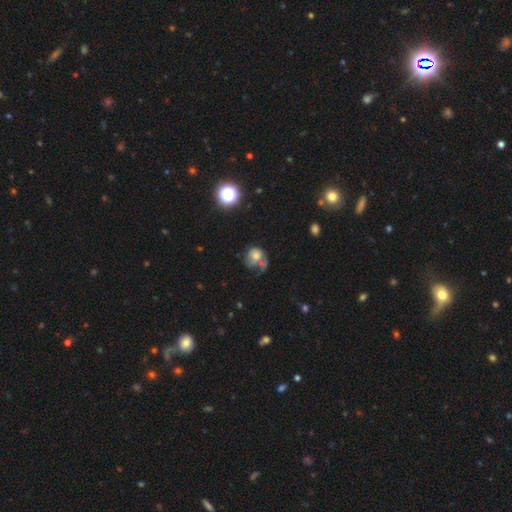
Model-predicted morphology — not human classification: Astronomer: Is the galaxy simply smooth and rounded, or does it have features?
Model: smooth — 61%.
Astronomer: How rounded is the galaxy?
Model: round — 69%.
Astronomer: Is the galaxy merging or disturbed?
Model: none — 31% (runner-up: merger, 28%).